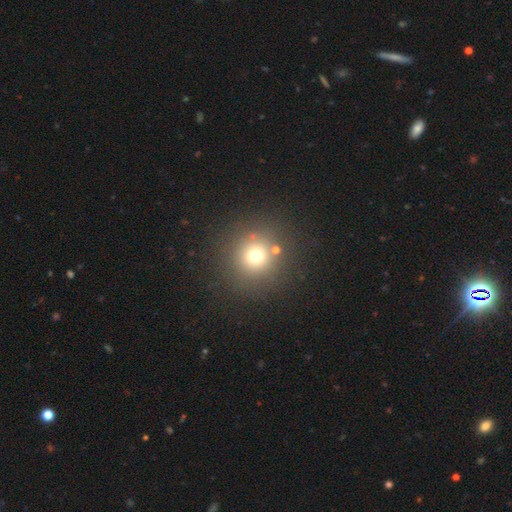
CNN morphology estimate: smooth_or_featured: smooth (p=0.69) [alt: star or artifact p=0.21]
how_rounded: round (p=0.93) [alt: in between p=0.06]
merging: none (p=0.81) [alt: minor disturbance p=0.08]